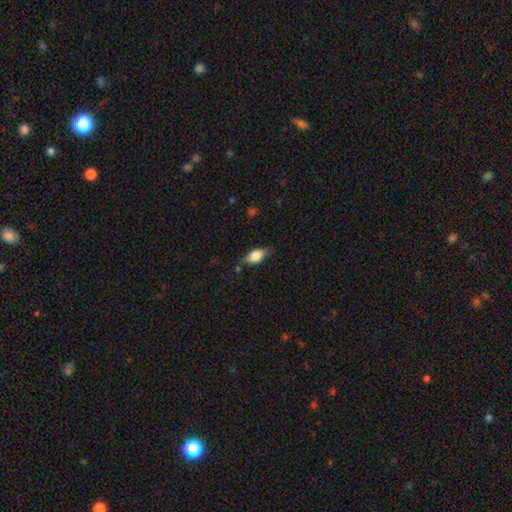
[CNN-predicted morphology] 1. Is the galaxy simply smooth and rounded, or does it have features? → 77% smooth, 16% featured or disk, 7% star or artifact.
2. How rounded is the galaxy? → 87% in between, 8% cigar-shaped, 6% round.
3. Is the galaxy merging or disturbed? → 75% none, 19% minor disturbance, 4% major disturbance, 2% merger.